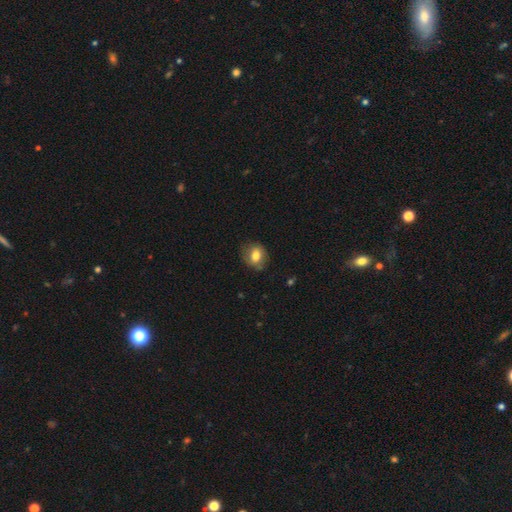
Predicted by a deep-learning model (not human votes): A smooth galaxy with no disk features (75%) that is round (55%). Merging: none (74%).